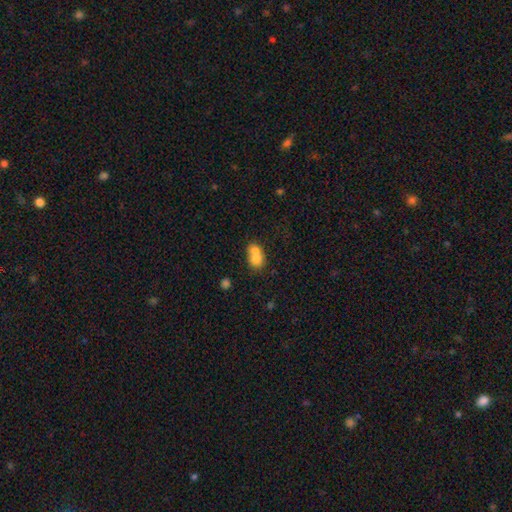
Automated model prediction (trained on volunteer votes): A smooth galaxy with no disk features (72%) that is in between round and cigar-shaped (50%).

Vote fractions:
- Smooth or featured? smooth: 72% / featured or disk: 19% / star or artifact: 10%
- How rounded? in between: 50% / round: 49% / cigar-shaped: 1%
- Merging? merger: 67% / none: 23% / minor disturbance: 7% / major disturbance: 3%